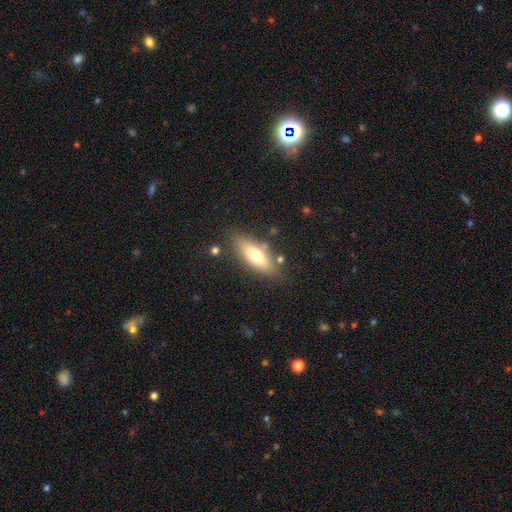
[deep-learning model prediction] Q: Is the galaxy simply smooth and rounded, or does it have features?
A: smooth — 65%.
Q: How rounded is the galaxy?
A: in between — 65%.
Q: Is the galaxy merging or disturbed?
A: none — 77%.